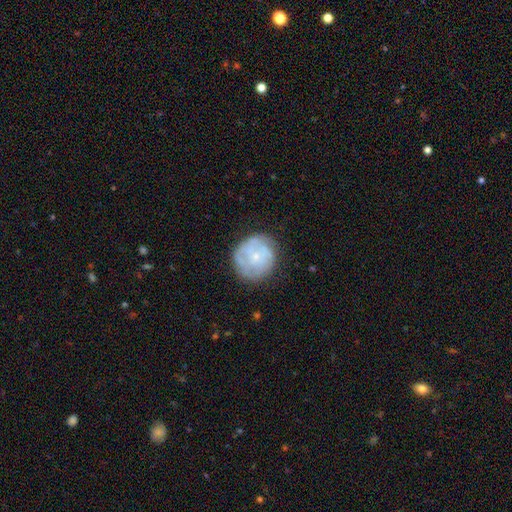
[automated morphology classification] This appears to be a featured or disk galaxy (52%) with no bar (85%), spiral arms (58%) and a small central bulge (74%). Merging: none (75%).